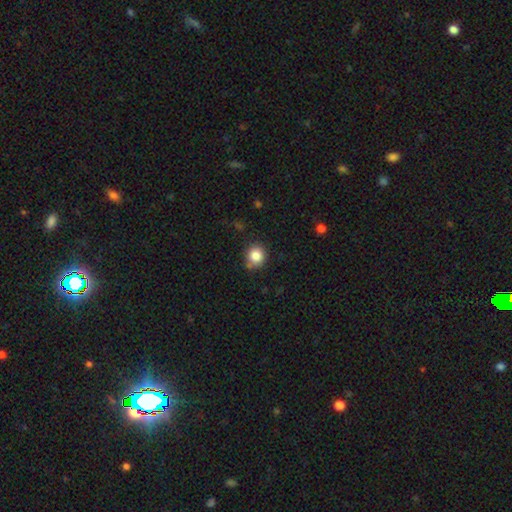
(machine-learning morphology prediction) A smooth galaxy with no disk features (84%) that is round (88%).

Vote fractions:
- Smooth or featured? smooth: 84% / star or artifact: 10% / featured or disk: 6%
- How rounded? round: 88% / in between: 11% / cigar-shaped: 1%
- Merging? none: 81% / minor disturbance: 12% / merger: 4% / major disturbance: 3%